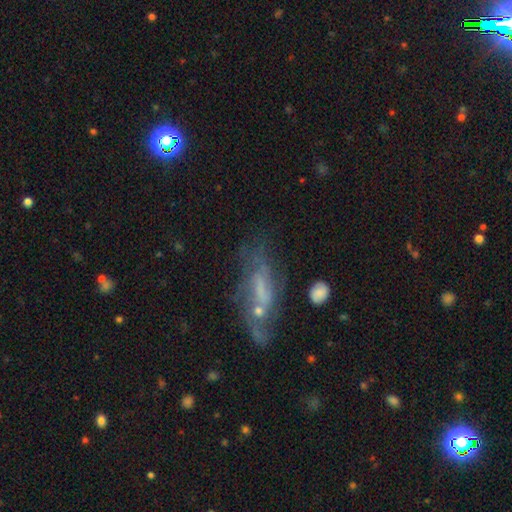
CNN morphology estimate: Smooth or featured: featured or disk — 53% (smooth — 31%)
Edge-on disk: no — 77% (yes — 23%)
Merging: none — 48% (minor disturbance — 22%)